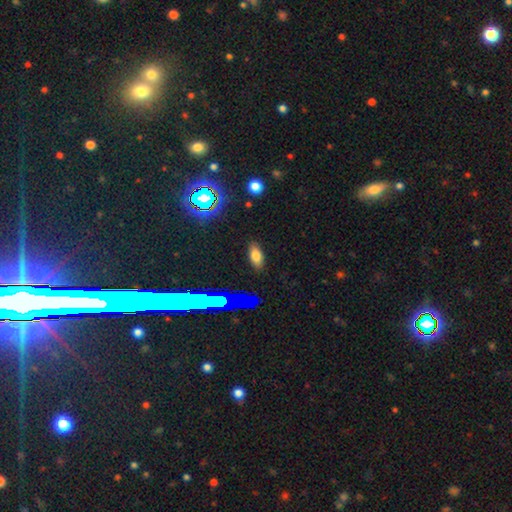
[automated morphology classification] This appears to be a smooth galaxy with no disk features (74%) that is in between round and cigar-shaped (87%). Merging: none (86%).